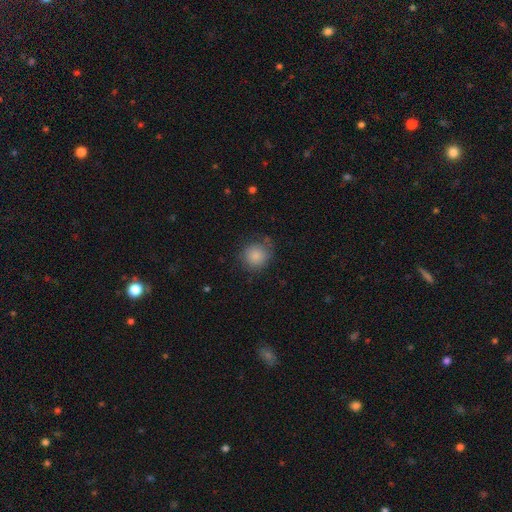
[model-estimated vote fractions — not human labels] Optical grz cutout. It shows a smooth galaxy with no disk features (85%) that is round (89%). Merging: none (76%).